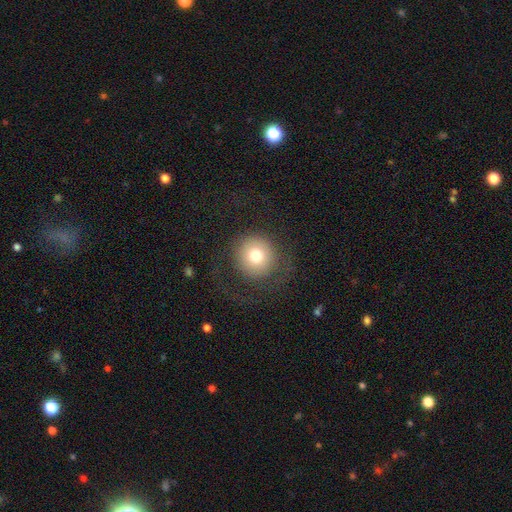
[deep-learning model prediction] smooth_or_featured: smooth (p=0.73) [alt: featured or disk p=0.16]
how_rounded: round (p=0.92) [alt: in between p=0.07]
merging: none (p=0.74) [alt: major disturbance p=0.14]